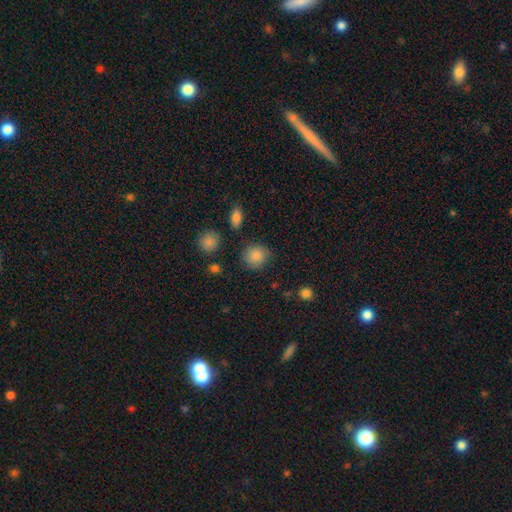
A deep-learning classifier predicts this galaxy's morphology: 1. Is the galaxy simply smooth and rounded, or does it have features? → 85% smooth, 9% star or artifact, 6% featured or disk.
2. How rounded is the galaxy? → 84% round, 15% in between, 1% cigar-shaped.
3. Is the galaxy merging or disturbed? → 80% none, 14% minor disturbance, 4% major disturbance, 3% merger.